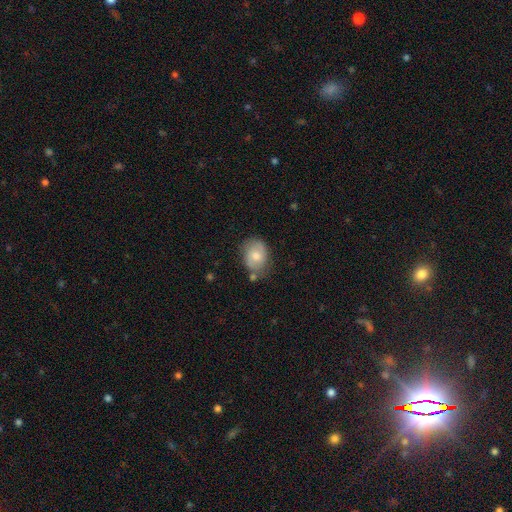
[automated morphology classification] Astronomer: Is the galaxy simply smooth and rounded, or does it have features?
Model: smooth — 60%.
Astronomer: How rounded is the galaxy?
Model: in between — 67%.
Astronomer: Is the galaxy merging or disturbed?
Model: none — 66%.